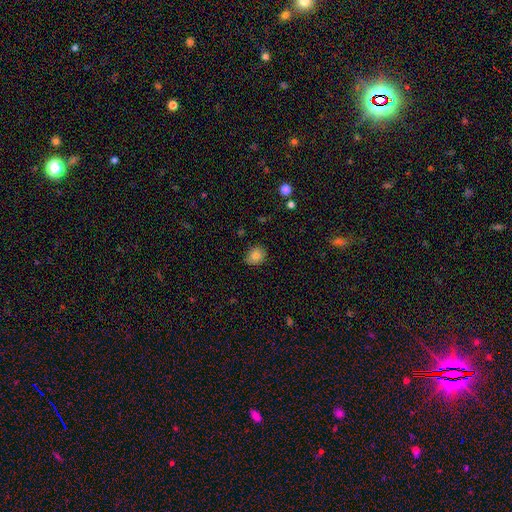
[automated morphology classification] Q: Smooth or featured?
A: smooth (81%); runner-up: star or artifact (11%)
Q: How rounded?
A: round (70%); runner-up: in between (29%)
Q: Merging?
A: none (83%); runner-up: minor disturbance (14%)